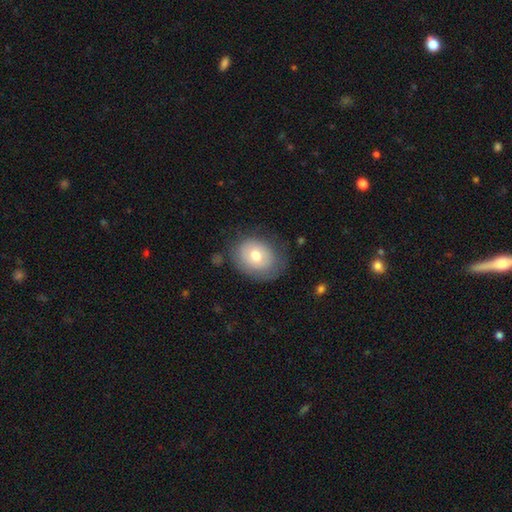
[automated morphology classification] Q: Smooth or featured?
A: smooth (68%); runner-up: featured or disk (25%)
Q: How rounded?
A: round (51%); runner-up: in between (48%)
Q: Merging?
A: none (68%); runner-up: minor disturbance (22%)